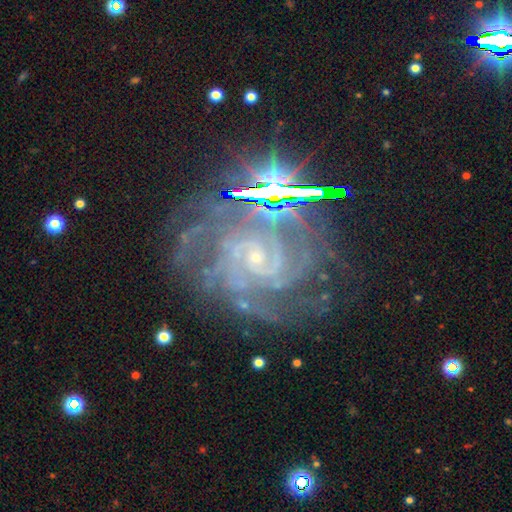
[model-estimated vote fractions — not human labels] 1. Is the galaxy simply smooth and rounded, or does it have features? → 80% featured or disk, 14% star or artifact, 6% smooth.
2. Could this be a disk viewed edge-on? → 97% no, 3% yes.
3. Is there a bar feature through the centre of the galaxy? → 51% no, 33% weak, 16% strong.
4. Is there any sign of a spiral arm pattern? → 97% yes, 3% no.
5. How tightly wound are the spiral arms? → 70% tight, 24% medium, 5% loose.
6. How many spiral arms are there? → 24% can't tell, 20% 3, 19% 4, 15% 2, 12% more than 4, 10% 1.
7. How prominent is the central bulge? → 81% small, 12% moderate, 4% none, 2% large, 1% dominant.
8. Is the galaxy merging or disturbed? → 66% none, 16% minor disturbance, 11% major disturbance, 7% merger.